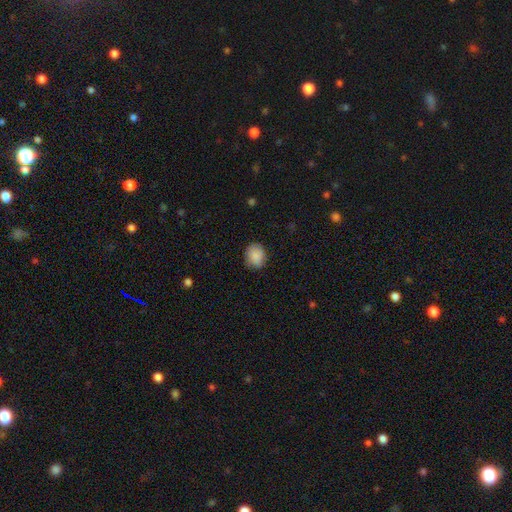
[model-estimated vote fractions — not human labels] smooth_or_featured: smooth (p=0.87) [alt: star or artifact p=0.08]
how_rounded: round (p=0.59) [alt: in between p=0.40]
merging: none (p=0.75) [alt: minor disturbance p=0.19]